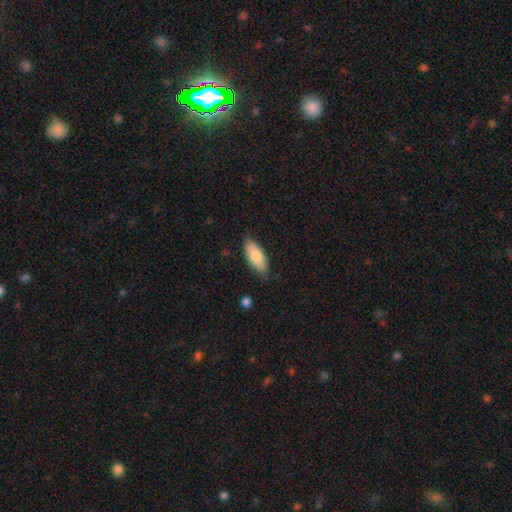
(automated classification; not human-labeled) Smooth or featured? Predicted: smooth (p=0.79). How rounded? Predicted: in between (p=0.84). Merging? Predicted: none (p=0.76).